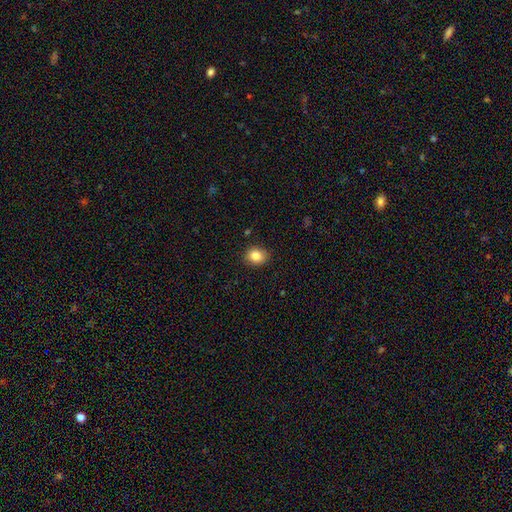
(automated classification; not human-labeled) Smooth or featured?
  - smooth: 85% *
  - star or artifact: 9%
  - featured or disk: 6%
How rounded?
  - round: 60% *
  - in between: 39%
  - cigar-shaped: 1%
Merging?
  - none: 88% *
  - minor disturbance: 8%
  - major disturbance: 2%
  - merger: 1%